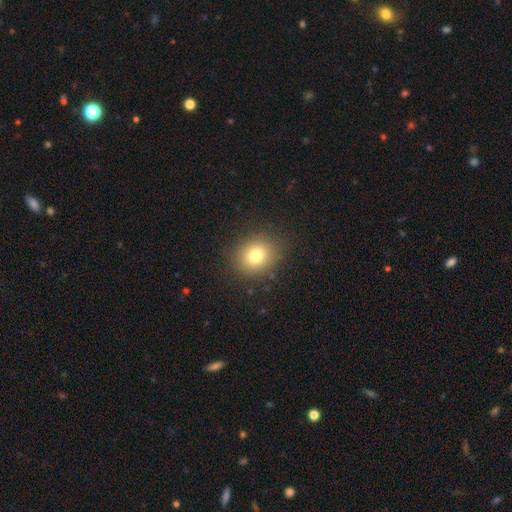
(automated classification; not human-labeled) Smooth or featured? Predicted: smooth (p=0.77). How rounded? Predicted: round (p=0.71). Merging? Predicted: none (p=0.86).